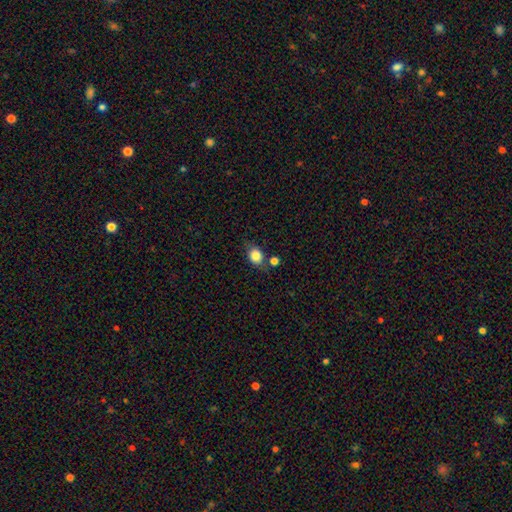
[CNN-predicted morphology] smooth-or-featured: smooth: 83% | star or artifact: 10% | featured or disk: 8%
  how-rounded: round: 53% | in between: 46% | cigar-shaped: 1%
  merging: none: 65% | minor disturbance: 16% | merger: 14% | major disturbance: 5%